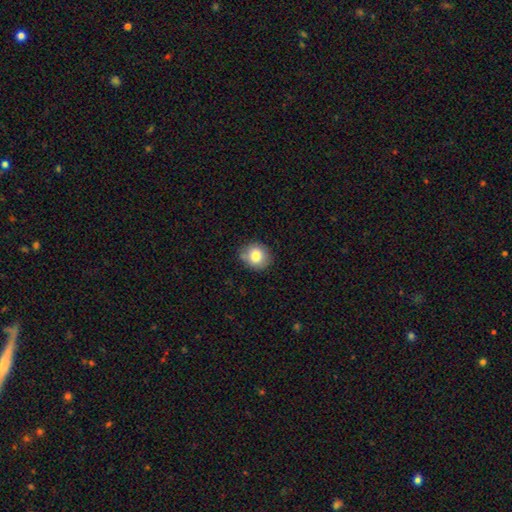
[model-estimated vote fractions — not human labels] smooth-or-featured: smooth: 82% | star or artifact: 9% | featured or disk: 9%
  how-rounded: round: 78% | in between: 21% | cigar-shaped: 1%
  merging: none: 77% | minor disturbance: 18% | major disturbance: 3% | merger: 2%